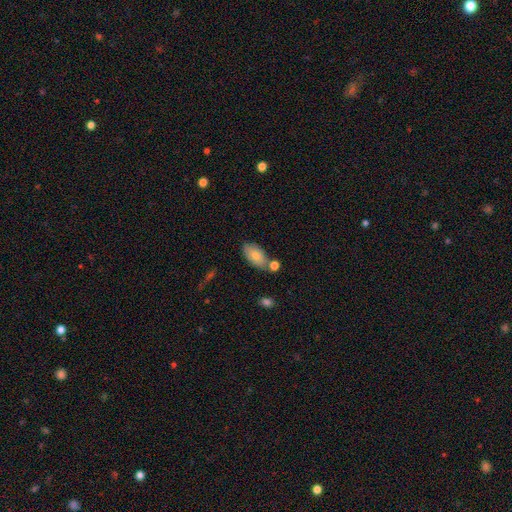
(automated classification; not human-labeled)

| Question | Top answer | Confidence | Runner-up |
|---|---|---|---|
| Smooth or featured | smooth | 77% | featured or disk (16%) |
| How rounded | in between | 93% | round (4%) |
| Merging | none | 67% | minor disturbance (16%) |